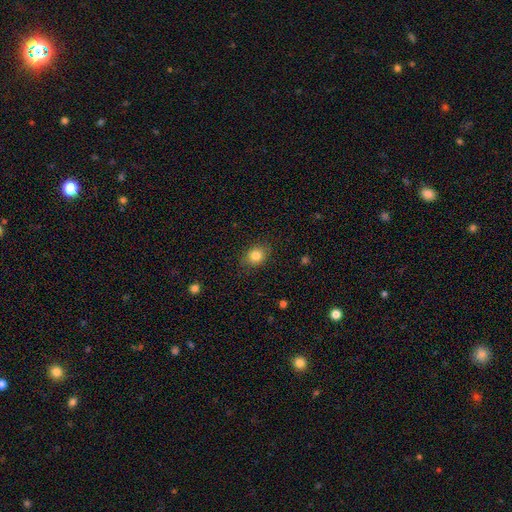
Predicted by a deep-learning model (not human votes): smooth-or-featured: smooth: 83% | star or artifact: 10% | featured or disk: 7%
  how-rounded: round: 59% | in between: 40% | cigar-shaped: 1%
  merging: none: 84% | minor disturbance: 12% | major disturbance: 3% | merger: 1%